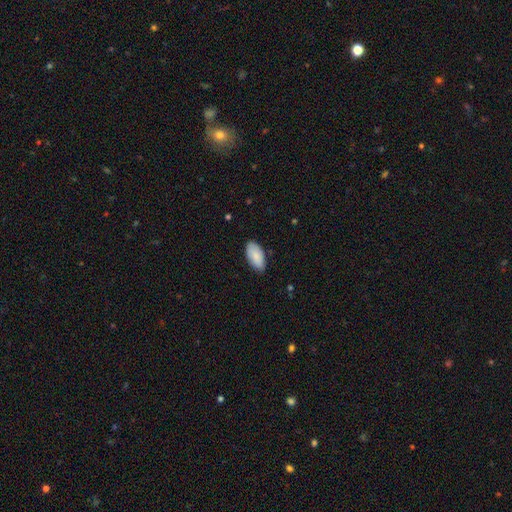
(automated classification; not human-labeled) A smooth galaxy with no disk features (85%) that is in between round and cigar-shaped (95%).

Vote fractions:
- Smooth or featured? smooth: 85% / featured or disk: 9% / star or artifact: 6%
- How rounded? in between: 95% / cigar-shaped: 3% / round: 2%
- Merging? none: 78% / minor disturbance: 18% / major disturbance: 3% / merger: 1%